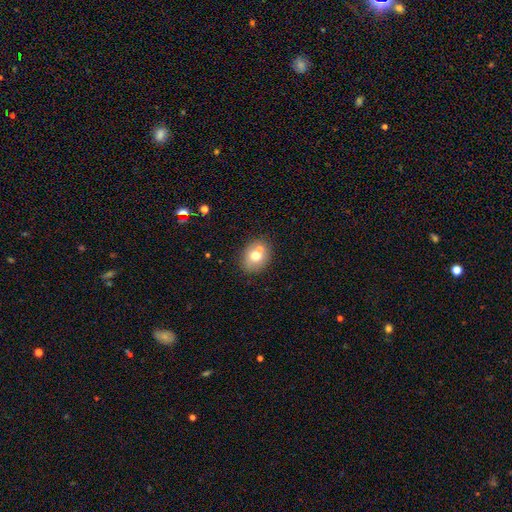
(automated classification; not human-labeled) Smooth or featured?
  - smooth: 69% *
  - featured or disk: 21%
  - star or artifact: 10%
How rounded?
  - round: 56% *
  - in between: 43%
  - cigar-shaped: 1%
Merging?
  - none: 60% *
  - merger: 26%
  - minor disturbance: 11%
  - major disturbance: 3%